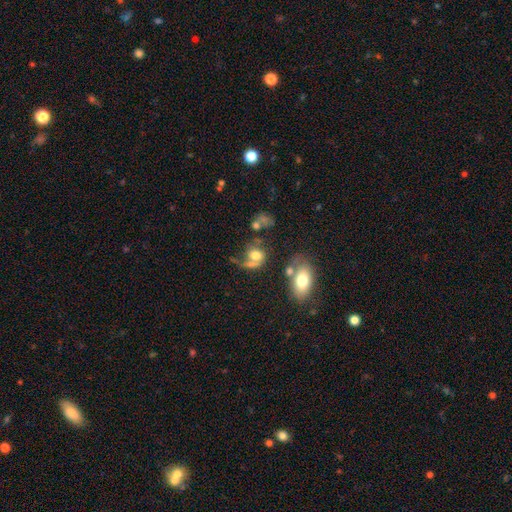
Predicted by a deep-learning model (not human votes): Smooth or featured: smooth — 57% (featured or disk — 30%)
How rounded: in between — 50% (round — 47%)
Merging: merger — 30% (none — 29%)